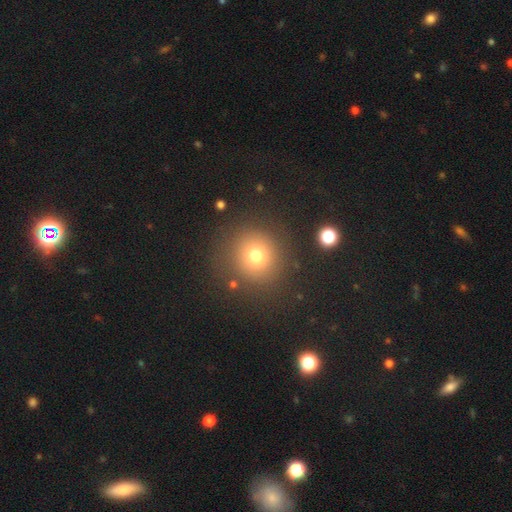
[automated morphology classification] A smooth galaxy with no disk features (73%) that is round (92%).

Vote fractions:
- Smooth or featured? smooth: 73% / star or artifact: 17% / featured or disk: 10%
- How rounded? round: 92% / in between: 7% / cigar-shaped: 1%
- Merging? none: 85% / minor disturbance: 8% / major disturbance: 5% / merger: 3%